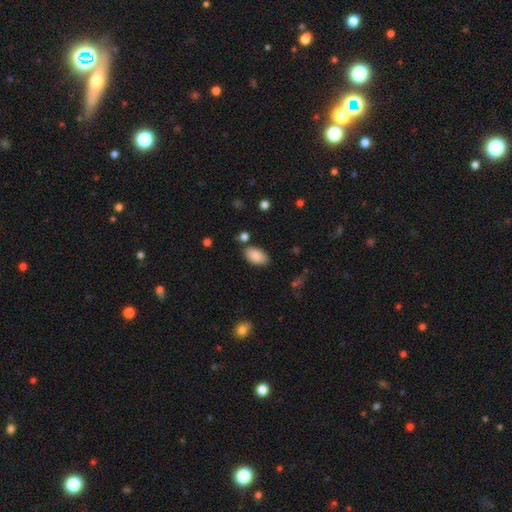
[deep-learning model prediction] Morphology: type=smooth (88%); roundness=in between (94%); merging=none (81%).